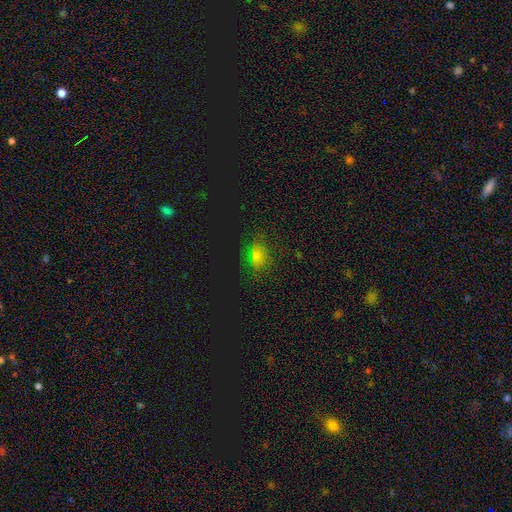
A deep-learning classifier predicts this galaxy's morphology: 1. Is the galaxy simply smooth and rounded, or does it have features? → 59% smooth, 30% star or artifact, 11% featured or disk.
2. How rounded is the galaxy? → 76% in between, 19% round, 5% cigar-shaped.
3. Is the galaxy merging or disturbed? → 71% none, 19% minor disturbance, 8% major disturbance, 2% merger.